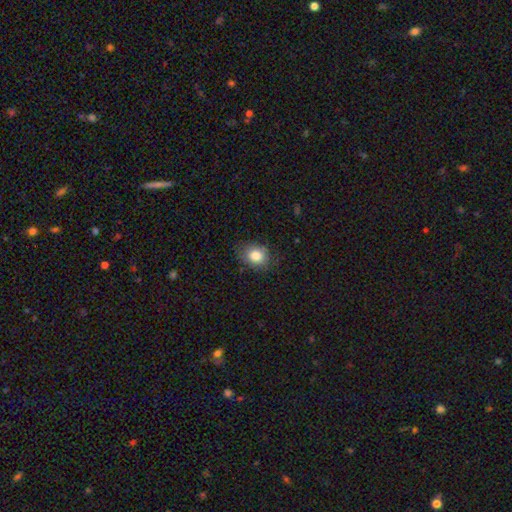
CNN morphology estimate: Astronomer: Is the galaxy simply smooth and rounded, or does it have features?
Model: smooth — 83%.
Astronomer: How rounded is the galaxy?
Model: in between — 52% (runner-up: round, 47%).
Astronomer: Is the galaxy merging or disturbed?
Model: none — 77%.